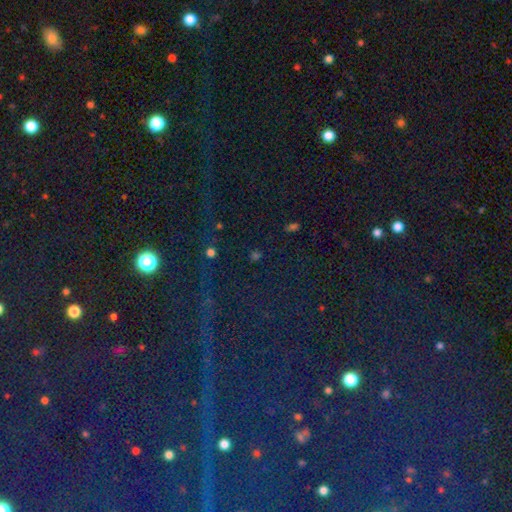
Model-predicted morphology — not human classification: Smooth or featured? Predicted: star or artifact (p=0.68).